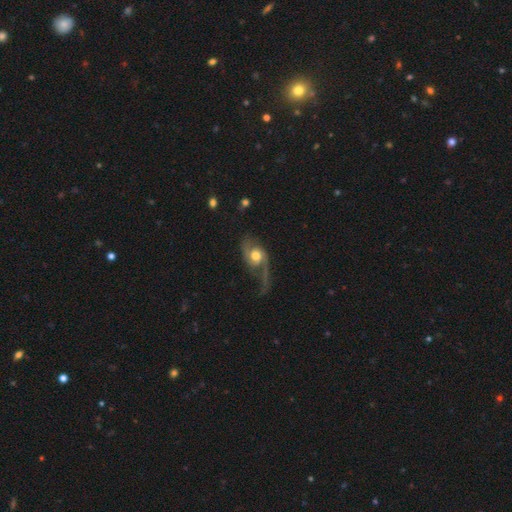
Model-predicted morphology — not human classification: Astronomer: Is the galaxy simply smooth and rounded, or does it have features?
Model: featured or disk — 74%.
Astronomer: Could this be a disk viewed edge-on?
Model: no — 95%.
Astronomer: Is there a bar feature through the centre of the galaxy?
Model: no — 71%.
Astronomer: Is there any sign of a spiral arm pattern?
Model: yes — 91%.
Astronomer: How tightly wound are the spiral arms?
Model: loose — 60%.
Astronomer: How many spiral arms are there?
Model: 2 — 73%.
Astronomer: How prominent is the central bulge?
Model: moderate — 61%.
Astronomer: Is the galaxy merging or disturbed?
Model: none — 38% (runner-up: major disturbance, 37%).